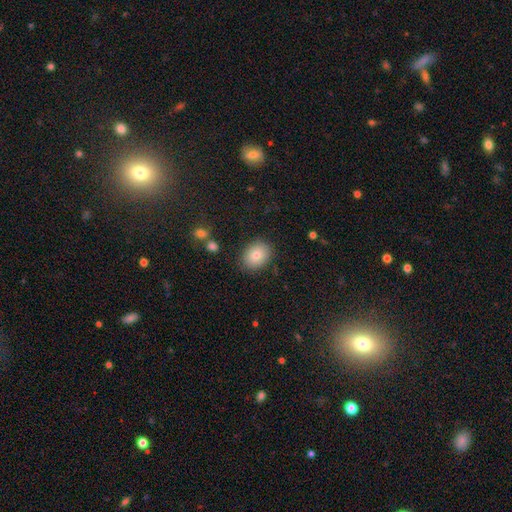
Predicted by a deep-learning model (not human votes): smooth_or_featured: smooth (p=0.78) [alt: featured or disk p=0.12]
how_rounded: in between (p=0.54) [alt: round p=0.46]
merging: none (p=0.85) [alt: minor disturbance p=0.10]